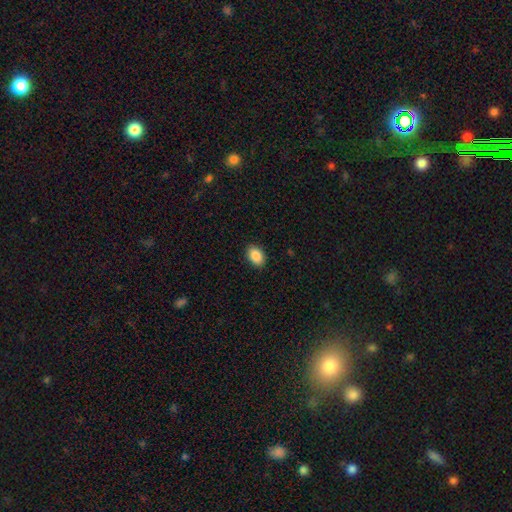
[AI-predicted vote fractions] Smooth or featured? Predicted: smooth (p=0.88). How rounded? Predicted: in between (p=0.83). Merging? Predicted: none (p=0.90).